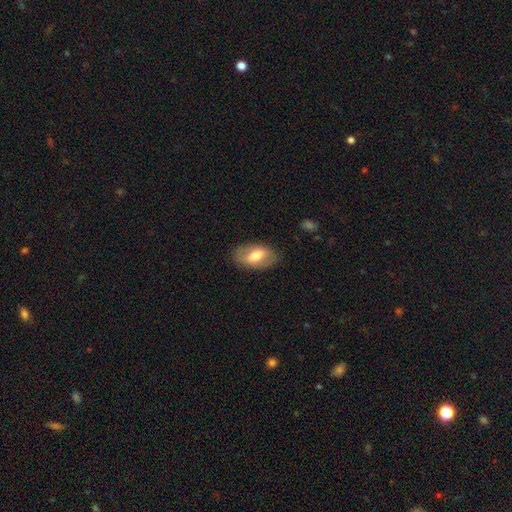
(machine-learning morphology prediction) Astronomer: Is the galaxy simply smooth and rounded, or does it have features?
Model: smooth — 56% (runner-up: featured or disk, 37%).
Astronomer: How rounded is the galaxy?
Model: in between — 91%.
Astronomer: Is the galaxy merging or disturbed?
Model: none — 81%.